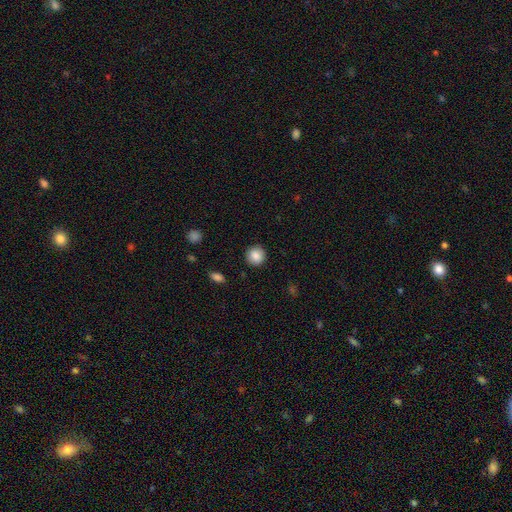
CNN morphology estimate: Smooth or featured? Predicted: smooth (p=0.87). How rounded? Predicted: round (p=0.91). Merging? Predicted: none (p=0.90).